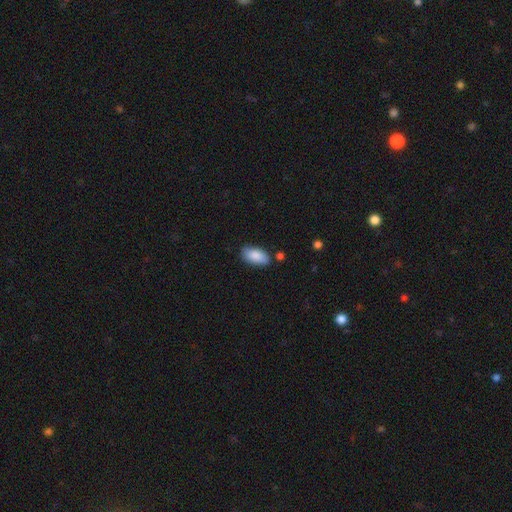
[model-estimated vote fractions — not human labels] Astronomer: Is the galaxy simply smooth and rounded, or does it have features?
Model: smooth — 87%.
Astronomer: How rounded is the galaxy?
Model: in between — 93%.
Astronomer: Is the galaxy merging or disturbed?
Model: none — 76%.